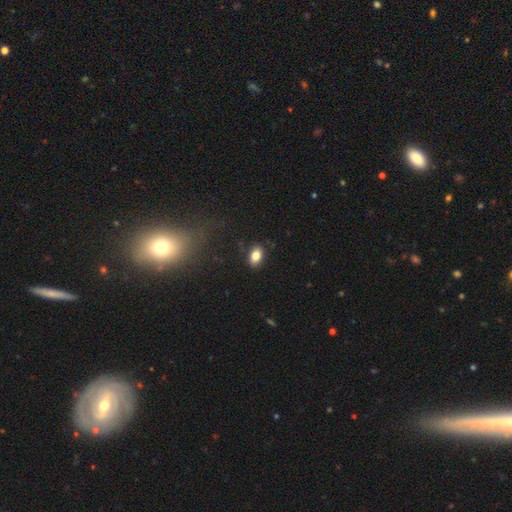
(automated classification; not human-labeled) The model was most divided on "smooth or featured": smooth: 82%, featured or disk: 9%, star or artifact: 9%. More confident: merging — none (87%); how rounded — in between (87%).